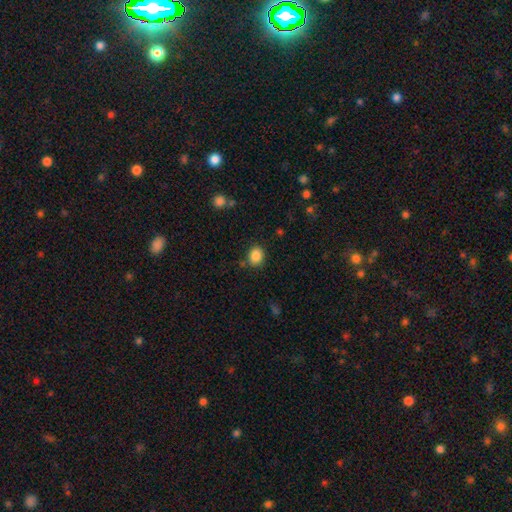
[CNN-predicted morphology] type=smooth (86%); roundness=round (58%); merging=none (83%).